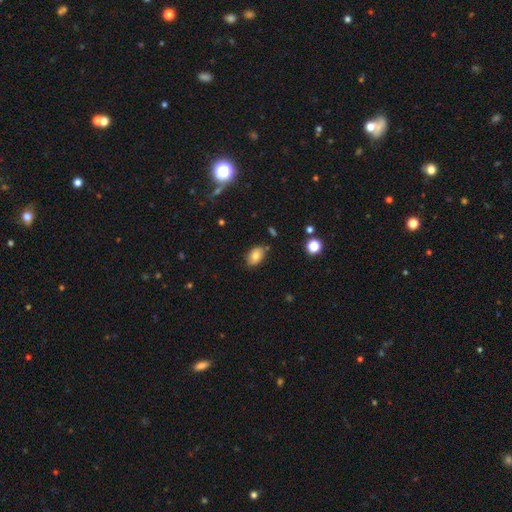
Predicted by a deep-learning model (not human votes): Overall: smooth (76%). How rounded: in between (86%). Merging: none (76%).